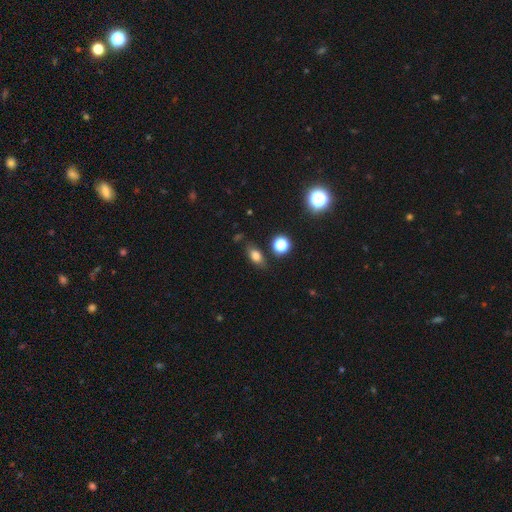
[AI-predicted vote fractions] Smooth or featured? Predicted: smooth (p=0.74). How rounded? Predicted: in between (p=0.76). Merging? Predicted: none (p=0.77).